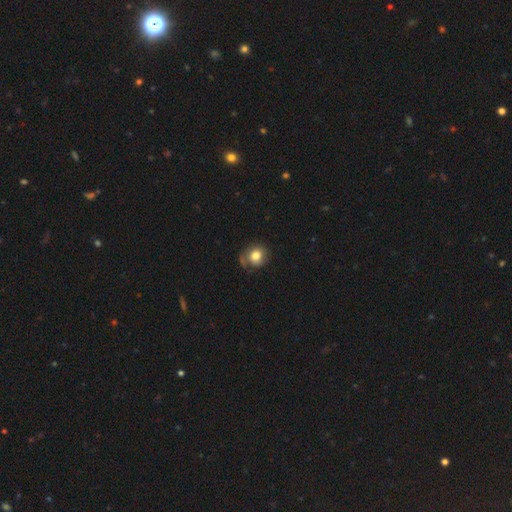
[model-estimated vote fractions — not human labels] Overall: smooth (78%). How rounded: round (80%). Merging: none (63%).